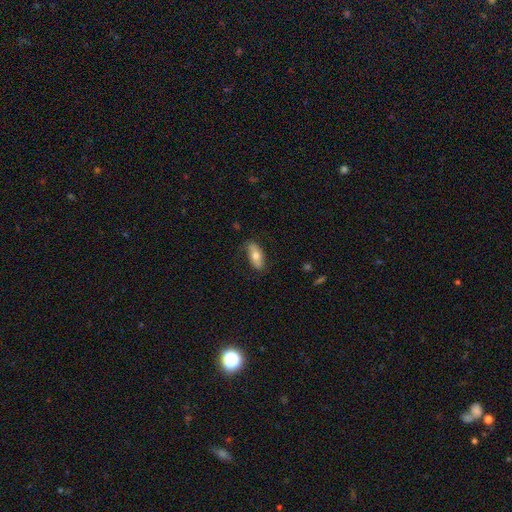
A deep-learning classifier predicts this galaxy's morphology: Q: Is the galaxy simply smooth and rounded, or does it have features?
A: smooth — 67%.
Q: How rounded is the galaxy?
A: in between — 82%.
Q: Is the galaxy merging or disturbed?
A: none — 77%.